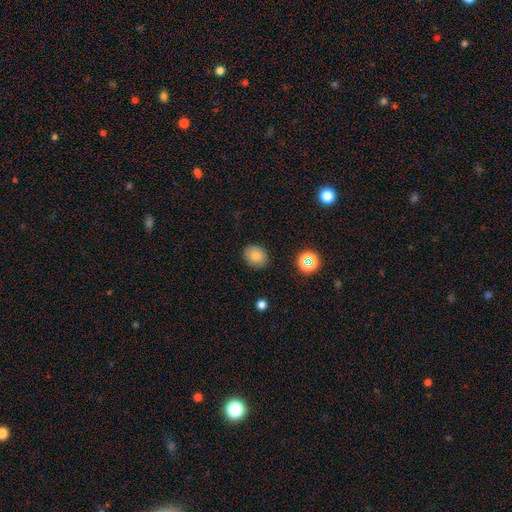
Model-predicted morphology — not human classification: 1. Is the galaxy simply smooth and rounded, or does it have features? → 81% smooth, 12% star or artifact, 7% featured or disk.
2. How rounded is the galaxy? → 55% round, 44% in between, 1% cigar-shaped.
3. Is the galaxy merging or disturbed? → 87% none, 9% minor disturbance, 3% major disturbance, 1% merger.